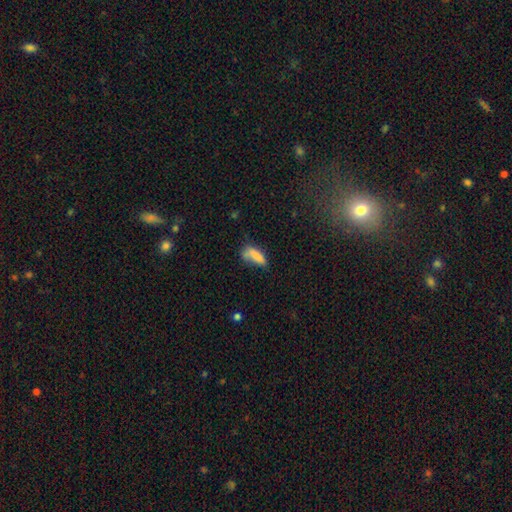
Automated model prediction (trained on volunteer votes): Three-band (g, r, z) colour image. It shows a smooth galaxy with no disk features (77%) that is in between round and cigar-shaped (60%). Merging: none (40%).